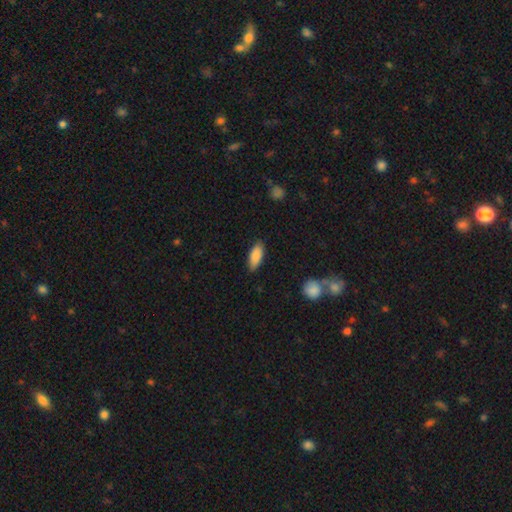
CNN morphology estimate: Smooth or featured?
  - smooth: 86% *
  - featured or disk: 8%
  - star or artifact: 6%
How rounded?
  - in between: 81% *
  - cigar-shaped: 17%
  - round: 2%
Merging?
  - none: 83% *
  - minor disturbance: 14%
  - major disturbance: 2%
  - merger: 1%